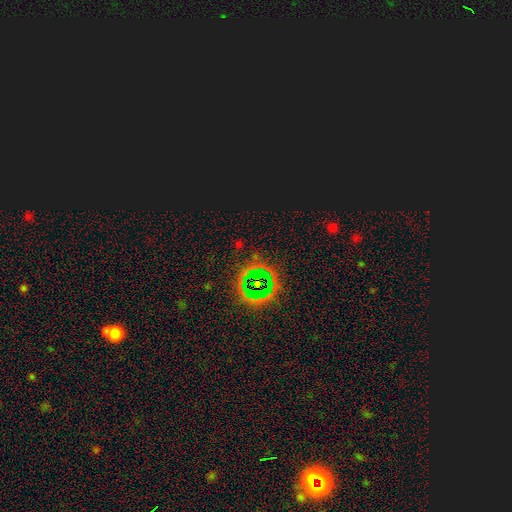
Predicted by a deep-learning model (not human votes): A star or artifact, not a galaxy (75%).